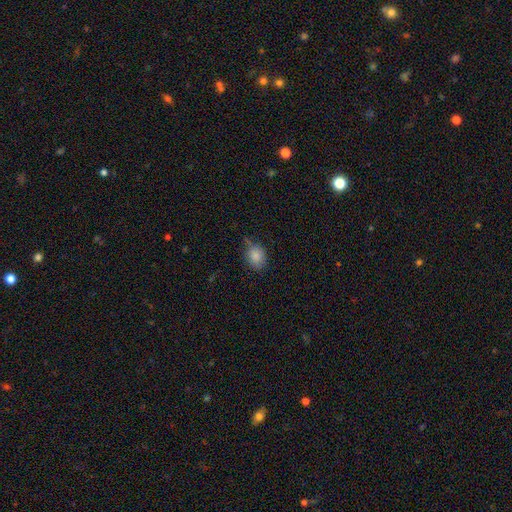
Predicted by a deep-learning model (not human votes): The model was most divided on "how rounded": in between: 53%, round: 46%, cigar-shaped: 1%. More confident: smooth or featured — smooth (85%); merging — none (60%).